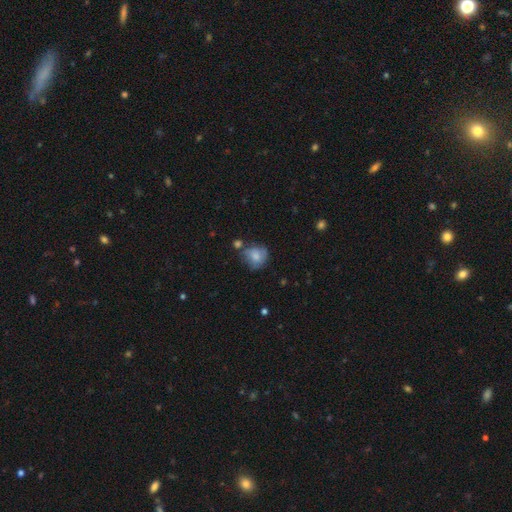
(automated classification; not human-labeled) Smooth or featured? Predicted: smooth (p=0.67). How rounded? Predicted: round (p=0.75). Merging? Predicted: none (p=0.50).